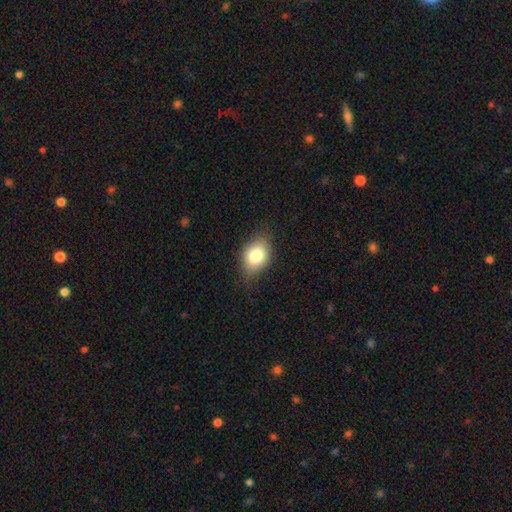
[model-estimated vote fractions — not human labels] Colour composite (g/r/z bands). It shows a smooth galaxy with no disk features (78%) that is in between round and cigar-shaped (73%). Merging: none (74%).